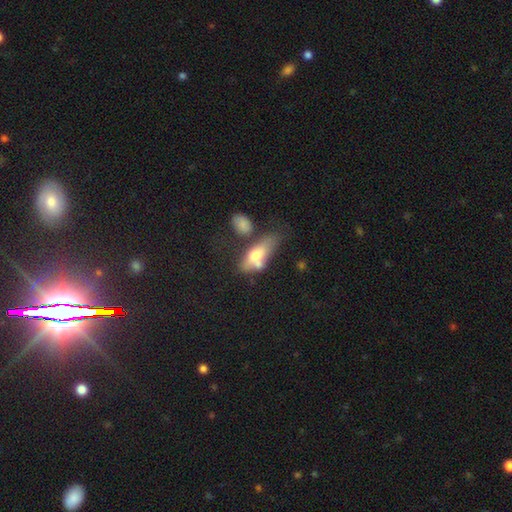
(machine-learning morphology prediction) smooth 60%, featured or disk 32%, star or artifact 8%. Down the decision tree: how rounded — in between (73%); merging — none (32%).